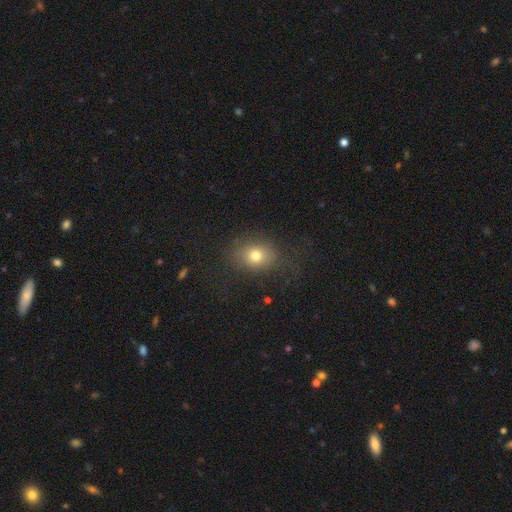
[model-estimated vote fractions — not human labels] A smooth galaxy with no disk features (75%) that is round (51%). Merging: none (72%).